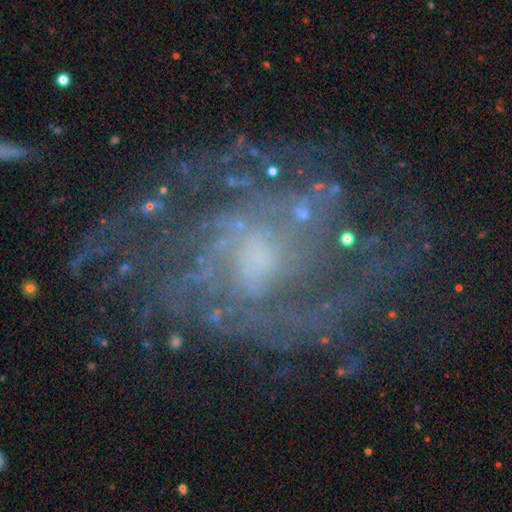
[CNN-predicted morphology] Smooth or featured: featured or disk — 85% (star or artifact — 9%)
Edge-on disk: no — 97% (yes — 3%)
Bar: no — 60% (weak — 33%)
Spiral arms: yes — 91% (no — 9%)
Spiral winding: tight — 42% (tied with medium — 42%)
Spiral arm count: can't tell — 34% (2 — 30%)
Bulge size: small — 40% (moderate — 38%)
Merging: none — 65% (minor disturbance — 17%)